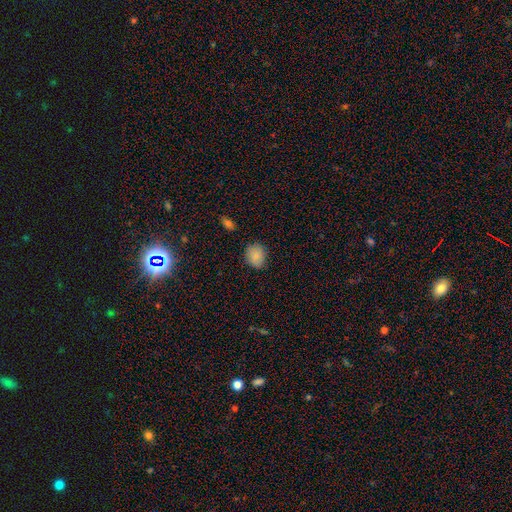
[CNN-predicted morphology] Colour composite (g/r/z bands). It shows a smooth galaxy with no disk features (86%) that is round (63%). Merging: none (83%).